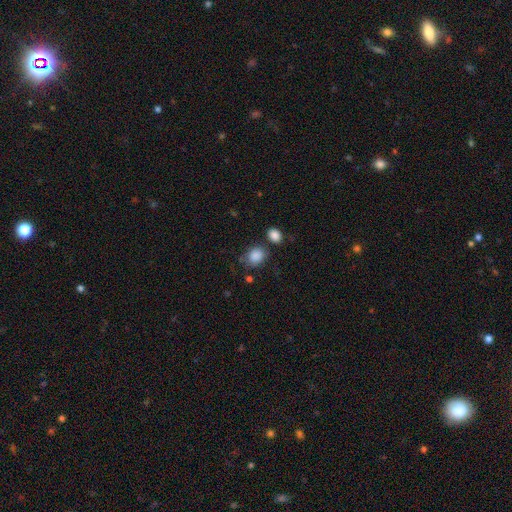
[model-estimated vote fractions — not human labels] Smooth or featured: smooth — 86% (star or artifact — 9%)
How rounded: round — 54% (in between — 45%)
Merging: none — 65% (minor disturbance — 18%)